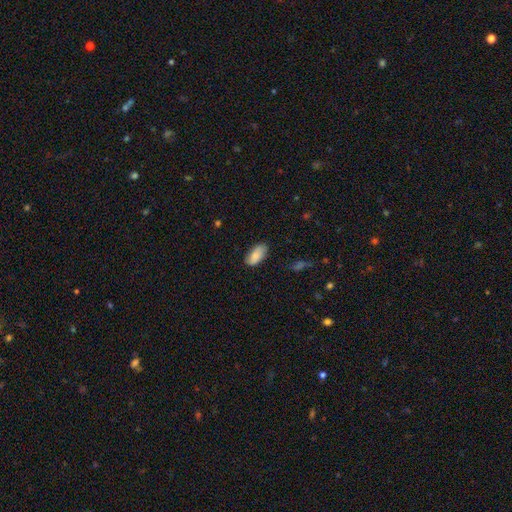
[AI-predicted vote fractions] This appears to be a smooth galaxy with no disk features (85%) that is in between round and cigar-shaped (93%). Merging: none (80%).